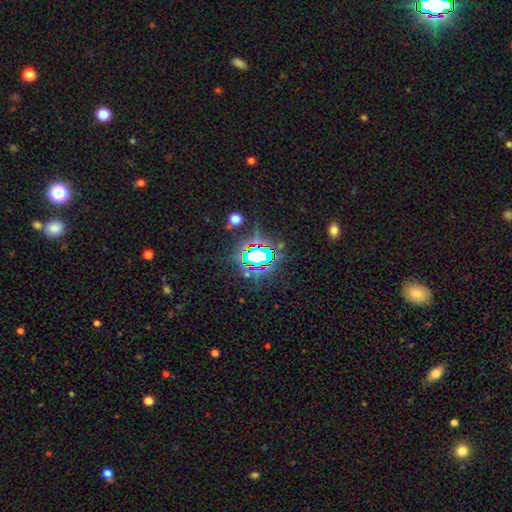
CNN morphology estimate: Smooth or featured? star or artifact (69%)